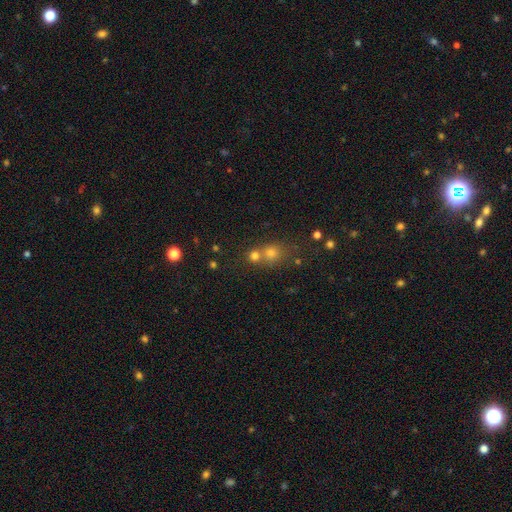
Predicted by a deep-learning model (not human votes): Morphology: type=smooth (64%); roundness=round (82%); merging=none (48%).